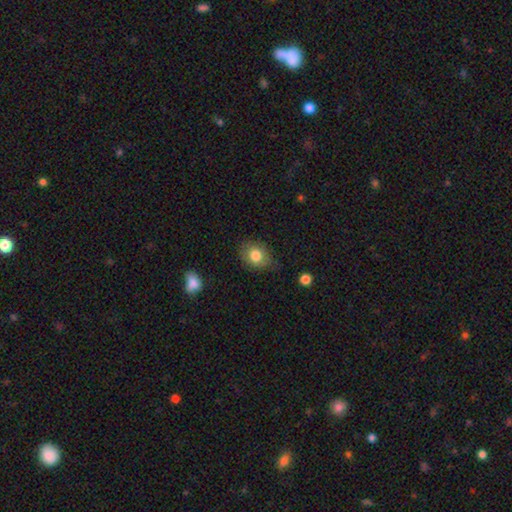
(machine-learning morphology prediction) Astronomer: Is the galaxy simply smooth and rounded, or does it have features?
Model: smooth — 81%.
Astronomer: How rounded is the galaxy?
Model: in between — 52% (runner-up: round, 47%).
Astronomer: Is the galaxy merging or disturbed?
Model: none — 69%.